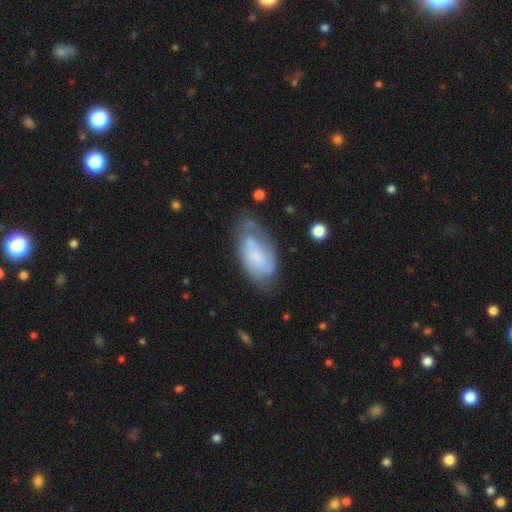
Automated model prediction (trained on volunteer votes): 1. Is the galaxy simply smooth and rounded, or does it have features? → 48% smooth, 44% featured or disk, 8% star or artifact.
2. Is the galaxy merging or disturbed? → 49% none, 30% minor disturbance, 15% major disturbance, 6% merger.